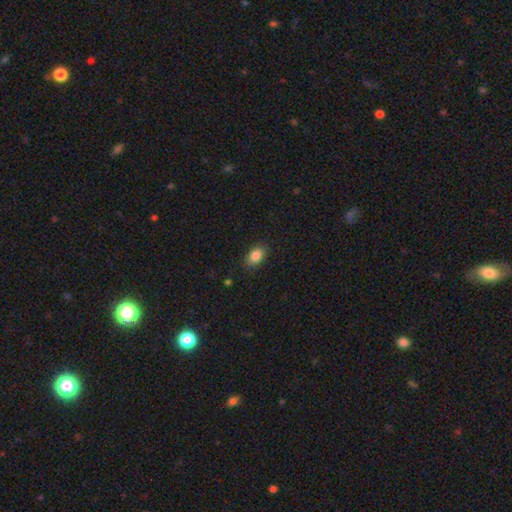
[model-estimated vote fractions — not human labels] This is clearly a smooth galaxy (85%). How rounded: clearly in between (86%). Merging: clearly none (87%).